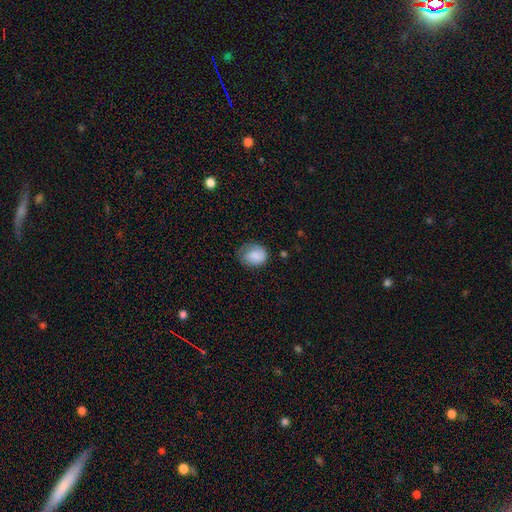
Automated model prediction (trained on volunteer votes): Smooth or featured?
  - smooth: 83% *
  - featured or disk: 10%
  - star or artifact: 7%
How rounded?
  - in between: 52% *
  - round: 48%
  - cigar-shaped: 1%
Merging?
  - none: 55% *
  - minor disturbance: 32%
  - major disturbance: 12%
  - merger: 2%